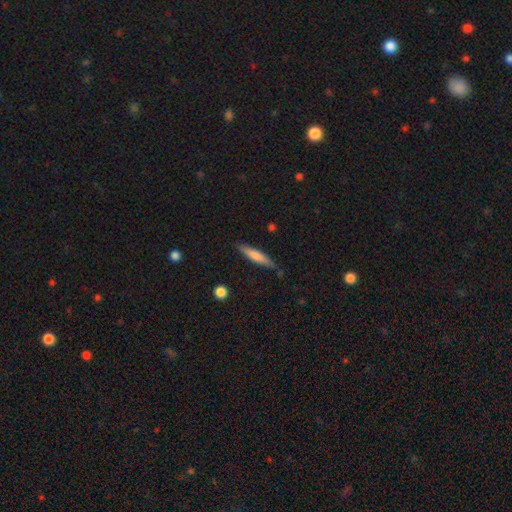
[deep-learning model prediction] Overall: smooth (66%; featured or disk 28%). How rounded: cigar-shaped (88%). Merging: none (83%).